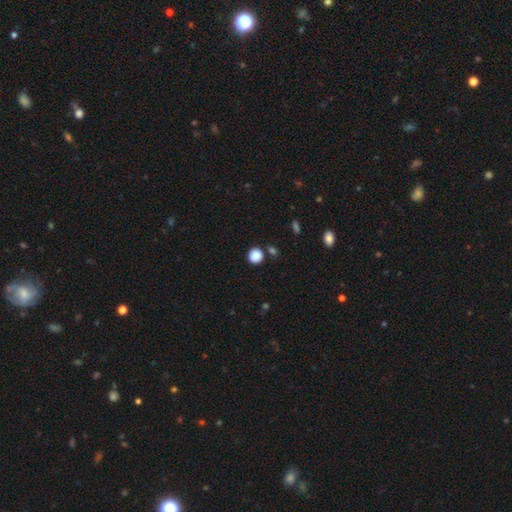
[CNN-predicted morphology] smooth-or-featured: smooth: 87% | star or artifact: 10% | featured or disk: 3%
  how-rounded: round: 89% | in between: 10% | cigar-shaped: 1%
  merging: none: 81% | minor disturbance: 9% | merger: 8% | major disturbance: 3%